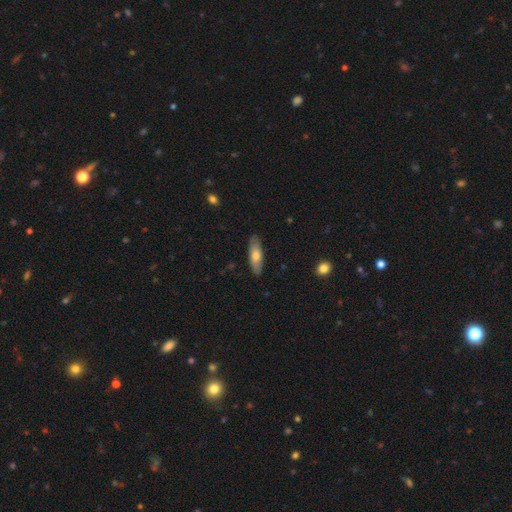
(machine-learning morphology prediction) This is likely a smooth galaxy (68%). How rounded: possibly in between (54%). Merging: clearly none (87%).